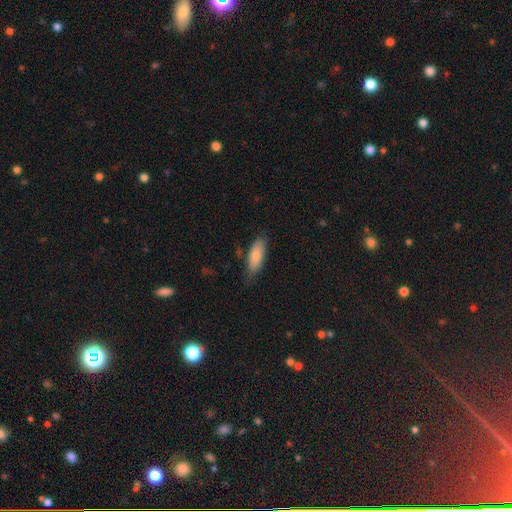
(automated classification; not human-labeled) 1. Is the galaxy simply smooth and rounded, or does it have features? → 83% smooth, 11% featured or disk, 6% star or artifact.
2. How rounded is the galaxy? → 72% in between, 27% cigar-shaped, 2% round.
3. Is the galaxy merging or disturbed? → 72% none, 21% minor disturbance, 4% major disturbance, 2% merger.